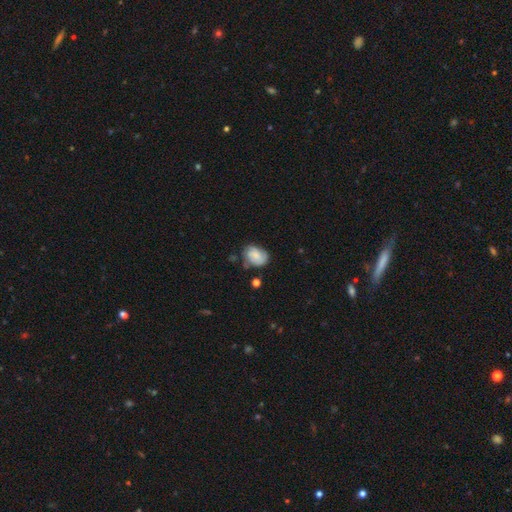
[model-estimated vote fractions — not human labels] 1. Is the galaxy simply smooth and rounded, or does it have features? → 59% smooth, 33% featured or disk, 9% star or artifact.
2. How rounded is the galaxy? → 66% in between, 33% round, 1% cigar-shaped.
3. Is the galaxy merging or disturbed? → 56% none, 29% minor disturbance, 9% major disturbance, 5% merger.